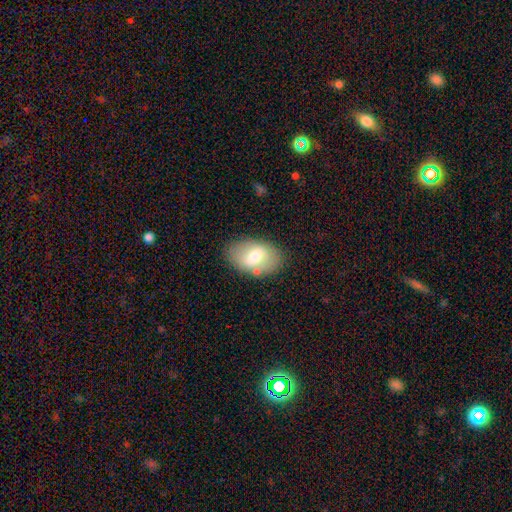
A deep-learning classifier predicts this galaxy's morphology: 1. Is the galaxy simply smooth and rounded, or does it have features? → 62% smooth, 31% featured or disk, 7% star or artifact.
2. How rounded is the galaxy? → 90% in between, 9% round, 1% cigar-shaped.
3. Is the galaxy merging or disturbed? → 80% none, 13% minor disturbance, 4% major disturbance, 3% merger.